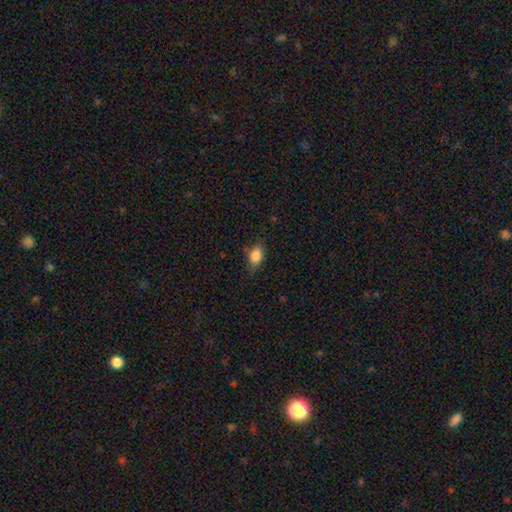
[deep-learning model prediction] This appears to be a smooth galaxy with no disk features (86%) that is in between round and cigar-shaped (78%). Merging: none (76%).